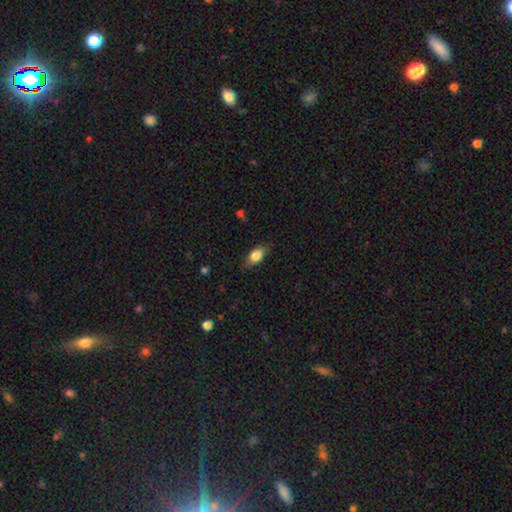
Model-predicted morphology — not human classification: smooth 80%, featured or disk 13%, star or artifact 8%. Down the decision tree: how rounded — in between (83%); merging — none (78%).